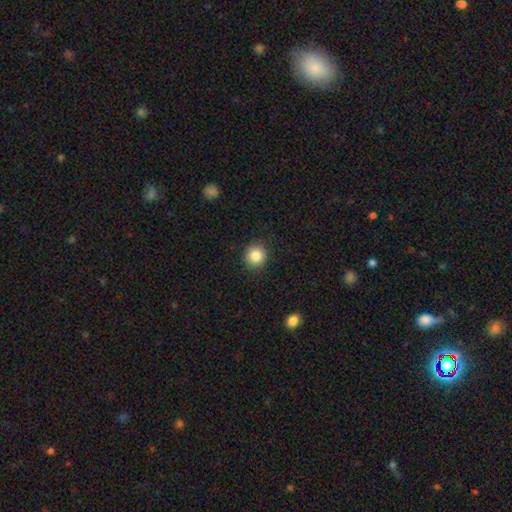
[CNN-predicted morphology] This is clearly a smooth galaxy (85%). How rounded: clearly round (90%). Merging: clearly none (90%).